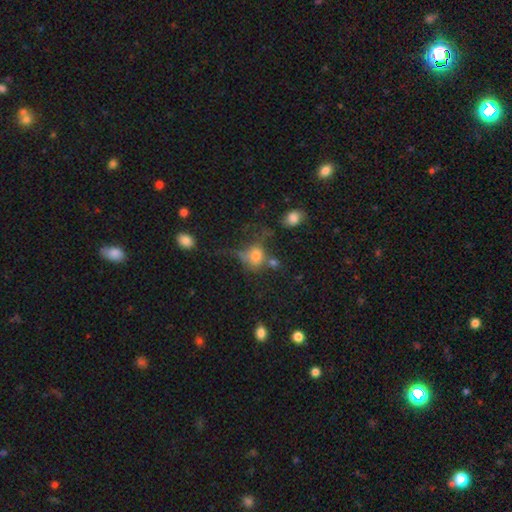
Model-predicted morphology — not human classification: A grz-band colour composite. It shows a smooth galaxy with no disk features (65%) that is round (55%). Merging: none (32%).